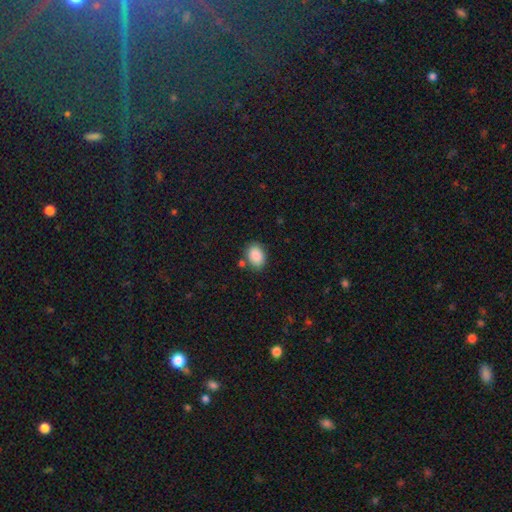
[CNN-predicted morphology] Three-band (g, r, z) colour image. It shows a smooth galaxy with no disk features (88%) that is in between round and cigar-shaped (77%). Merging: none (78%).